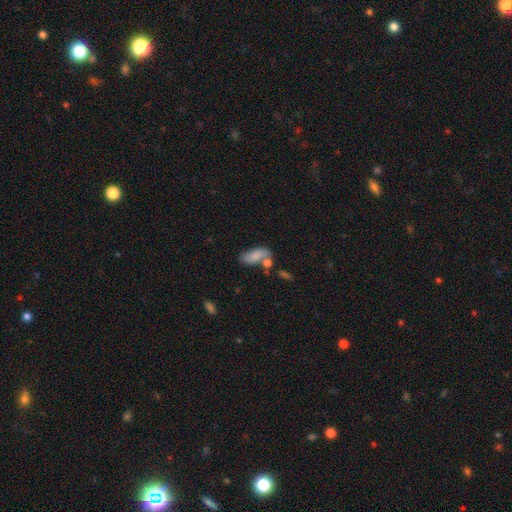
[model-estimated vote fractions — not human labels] This appears to be a smooth galaxy with no disk features (74%) that is in between round and cigar-shaped (83%). Merging: none (47%).